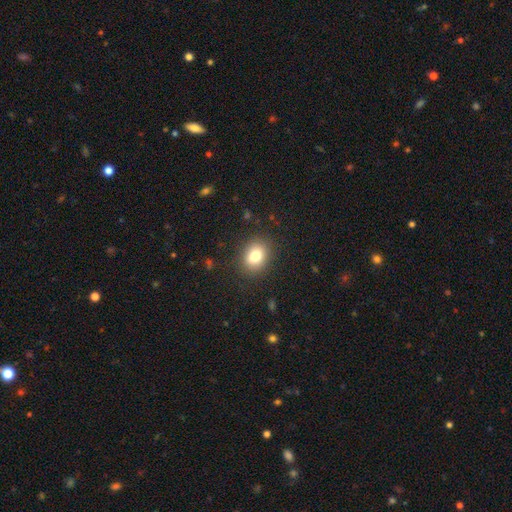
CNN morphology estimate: Smooth or featured?
  - smooth: 81% *
  - star or artifact: 10%
  - featured or disk: 9%
How rounded?
  - in between: 57% *
  - round: 42%
  - cigar-shaped: 1%
Merging?
  - none: 87% *
  - minor disturbance: 9%
  - major disturbance: 3%
  - merger: 1%